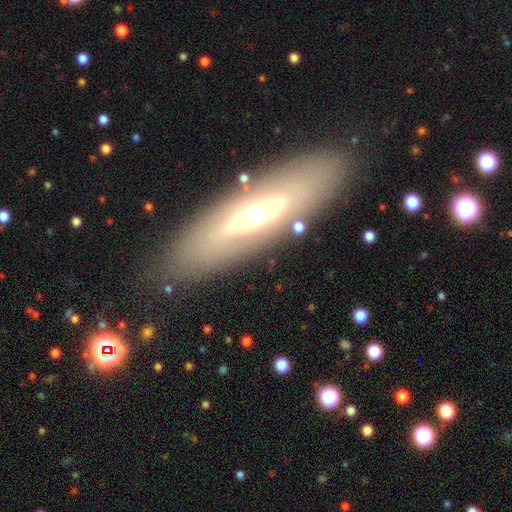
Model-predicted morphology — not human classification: smooth-or-featured: featured or disk: 60% | smooth: 31% | star or artifact: 9%
  disk-edge-on: no: 57% | yes: 43%
  merging: none: 84% | minor disturbance: 10% | major disturbance: 4% | merger: 2%